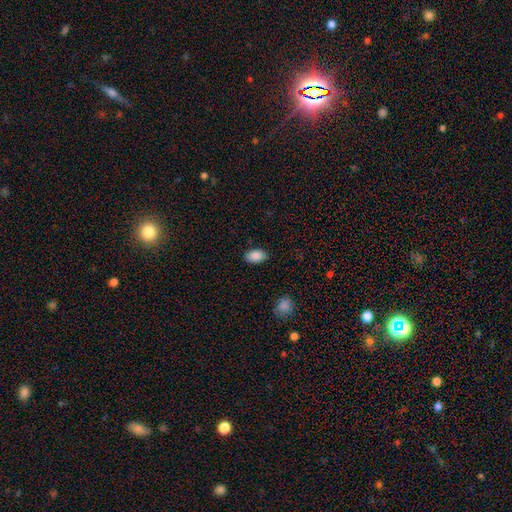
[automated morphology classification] smooth-or-featured: smooth: 89% | star or artifact: 8% | featured or disk: 3%
  how-rounded: in between: 90% | round: 8% | cigar-shaped: 1%
  merging: none: 87% | minor disturbance: 10% | major disturbance: 2% | merger: 1%